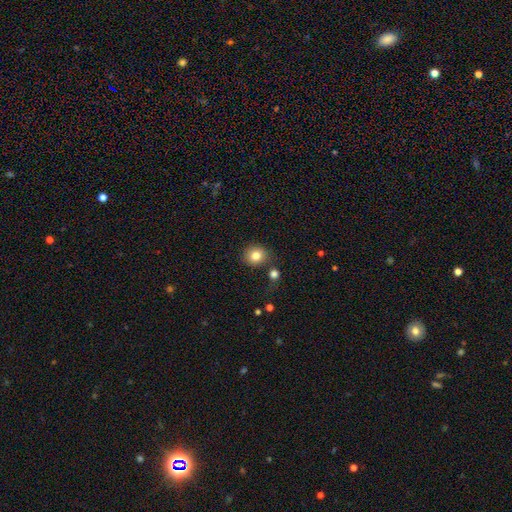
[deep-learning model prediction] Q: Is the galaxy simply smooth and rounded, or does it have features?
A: smooth — 81%.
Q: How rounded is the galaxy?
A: round — 83%.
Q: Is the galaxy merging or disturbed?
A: none — 78%.